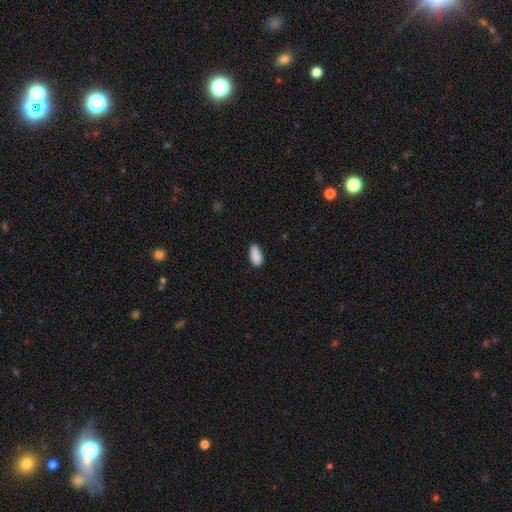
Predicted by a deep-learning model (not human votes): smooth-or-featured: smooth: 89% | star or artifact: 7% | featured or disk: 4%
  how-rounded: in between: 90% | cigar-shaped: 8% | round: 2%
  merging: none: 79% | minor disturbance: 17% | major disturbance: 3% | merger: 1%